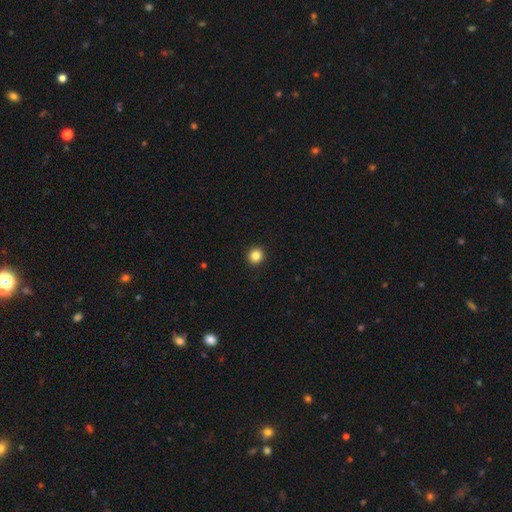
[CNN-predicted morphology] This is clearly a smooth galaxy (84%). How rounded: clearly round (90%). Merging: clearly none (93%).